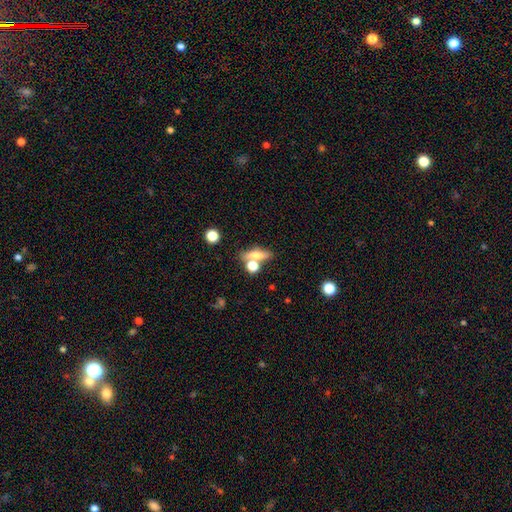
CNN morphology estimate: A smooth galaxy with no disk features (60%) that is cigar-shaped (45%). Merging: none (57%).